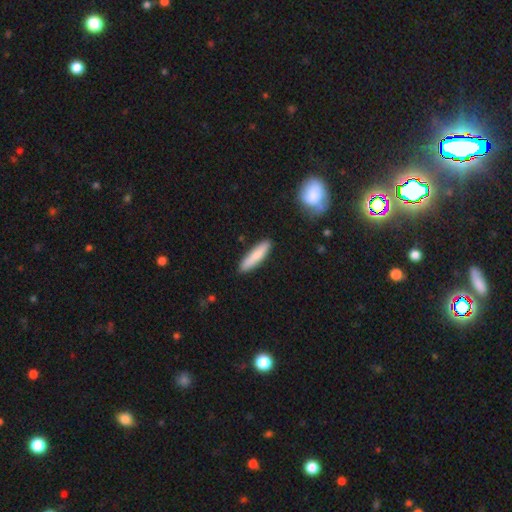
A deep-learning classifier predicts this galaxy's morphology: smooth_or_featured: smooth (p=0.80) [alt: featured or disk p=0.15]
how_rounded: cigar-shaped (p=0.80) [alt: in between p=0.18]
merging: none (p=0.88) [alt: minor disturbance p=0.08]